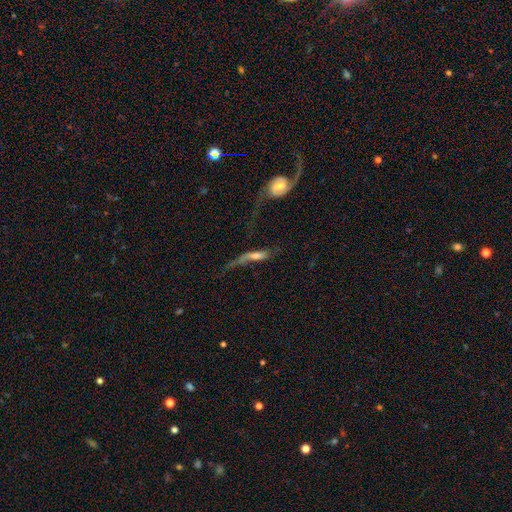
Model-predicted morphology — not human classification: Smooth or featured? featured or disk (53%)
Edge-on disk? no (57%)
Merging? major disturbance (47%)